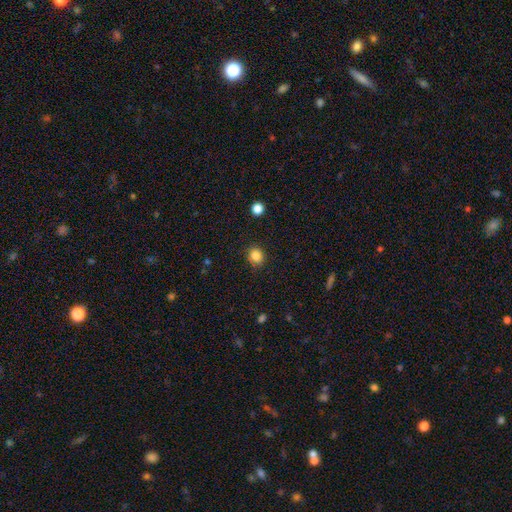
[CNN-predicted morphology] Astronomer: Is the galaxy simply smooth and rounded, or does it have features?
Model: smooth — 85%.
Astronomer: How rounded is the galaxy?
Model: round — 67%.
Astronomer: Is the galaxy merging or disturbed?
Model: none — 87%.